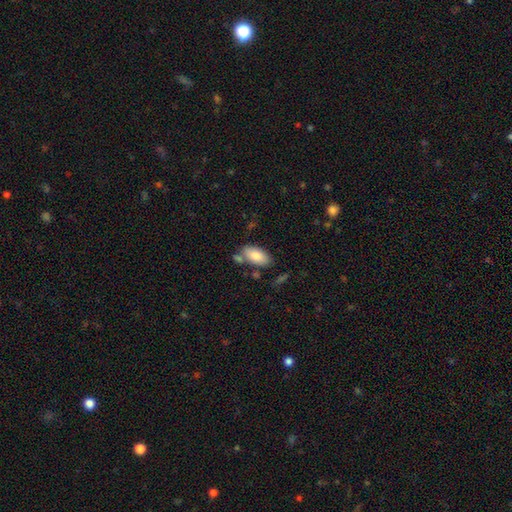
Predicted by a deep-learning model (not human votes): Q: Smooth or featured?
A: smooth (84%); runner-up: featured or disk (9%)
Q: How rounded?
A: in between (93%); runner-up: cigar-shaped (4%)
Q: Merging?
A: none (67%); runner-up: minor disturbance (16%)